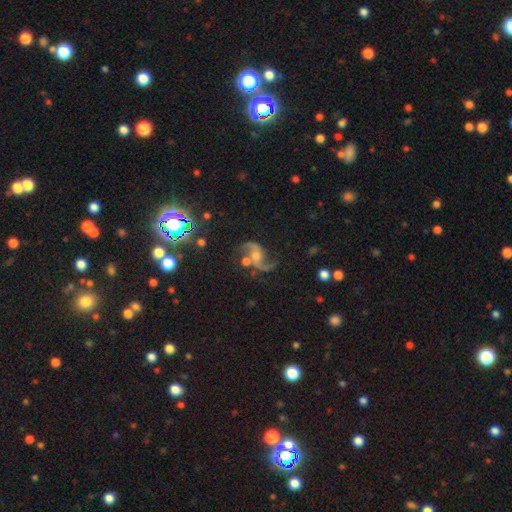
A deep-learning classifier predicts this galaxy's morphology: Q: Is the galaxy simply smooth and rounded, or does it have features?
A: featured or disk — 86%.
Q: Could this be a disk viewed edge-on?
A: no — 98%.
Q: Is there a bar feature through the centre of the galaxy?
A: no — 57%.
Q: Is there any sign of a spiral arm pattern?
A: yes — 97%.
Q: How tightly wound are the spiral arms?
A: loose — 68%.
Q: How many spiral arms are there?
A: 2 — 91%.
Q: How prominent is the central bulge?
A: moderate — 47%.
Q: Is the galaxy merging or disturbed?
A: none — 63%.